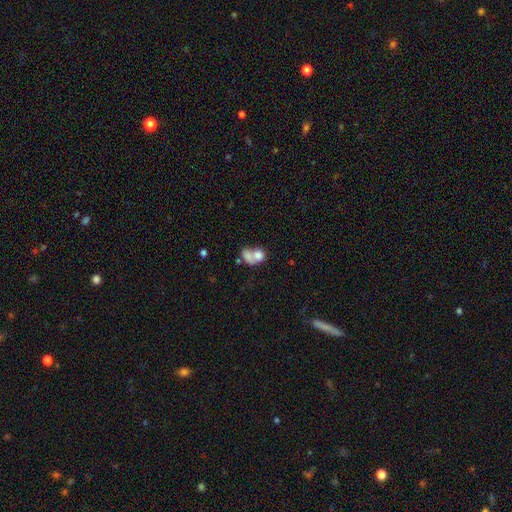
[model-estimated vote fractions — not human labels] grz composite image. It shows a smooth galaxy with no disk features (69%) that is in between round and cigar-shaped (56%). Merging: merger (63%).